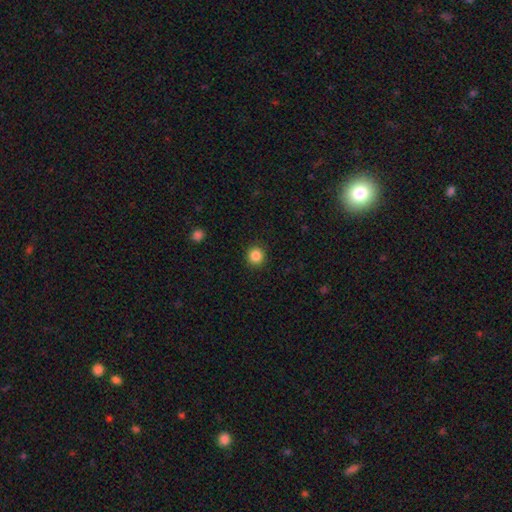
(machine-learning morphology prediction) A smooth galaxy with no disk features (86%) that is round (92%). Merging: none (92%).